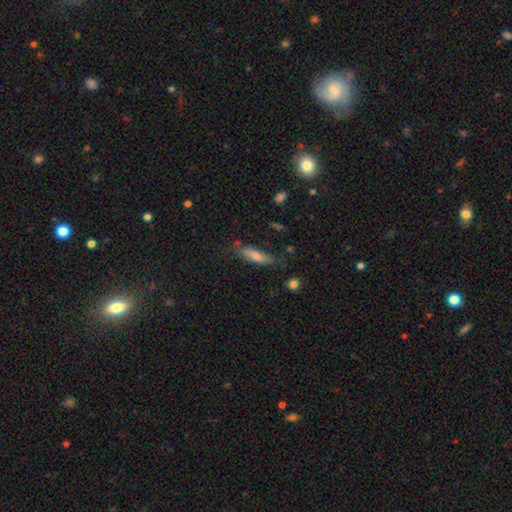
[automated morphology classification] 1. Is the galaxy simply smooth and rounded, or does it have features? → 70% smooth, 23% featured or disk, 7% star or artifact.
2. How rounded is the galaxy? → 61% cigar-shaped, 37% in between, 2% round.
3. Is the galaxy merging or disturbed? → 62% none, 25% minor disturbance, 8% major disturbance, 5% merger.